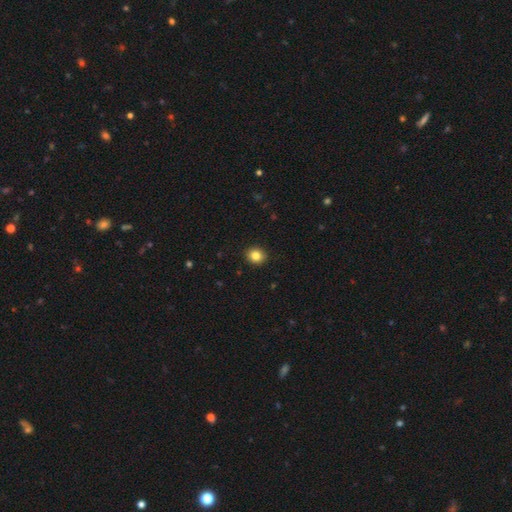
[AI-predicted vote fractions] Morphology: type=smooth (83%); roundness=round (81%); merging=none (92%).